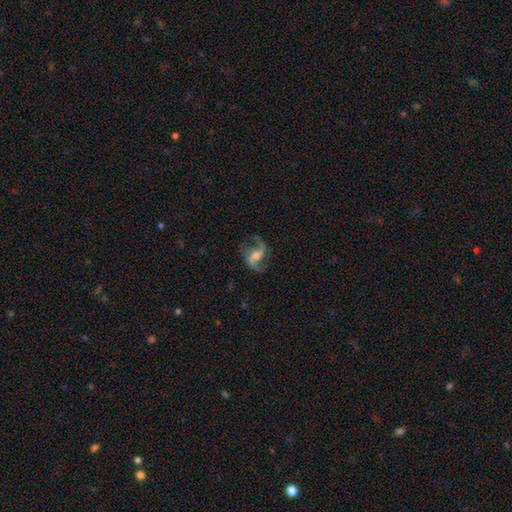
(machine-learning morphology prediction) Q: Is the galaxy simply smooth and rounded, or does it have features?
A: featured or disk — 87%.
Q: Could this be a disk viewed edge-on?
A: no — 97%.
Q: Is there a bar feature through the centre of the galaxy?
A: weak — 41%.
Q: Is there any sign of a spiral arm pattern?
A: yes — 96%.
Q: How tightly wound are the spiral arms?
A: loose — 62%.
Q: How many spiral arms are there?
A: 2 — 89%.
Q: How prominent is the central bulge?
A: moderate — 54%.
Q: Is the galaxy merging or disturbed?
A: none — 71%.